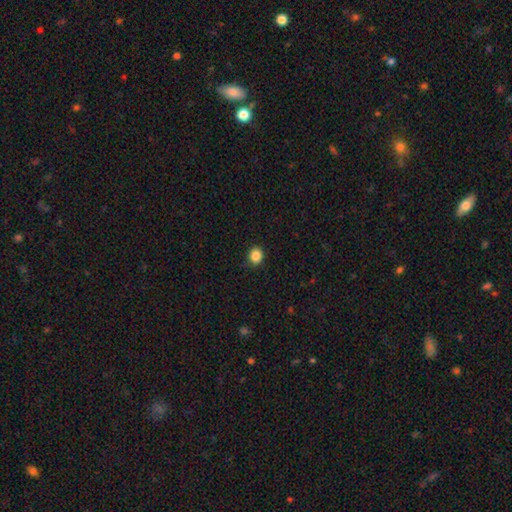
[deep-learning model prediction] Smooth or featured? smooth (87%)
How rounded? round (77%)
Merging? none (90%)